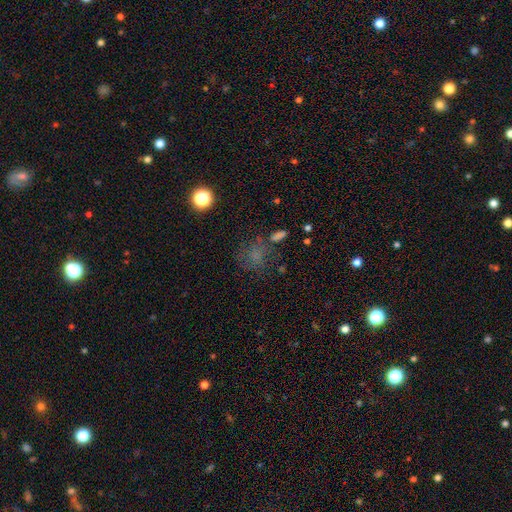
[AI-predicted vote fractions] Q: Smooth or featured?
A: smooth (56%); runner-up: star or artifact (27%)
Q: How rounded?
A: round (67%); runner-up: in between (31%)
Q: Merging?
A: none (54%); runner-up: minor disturbance (19%)